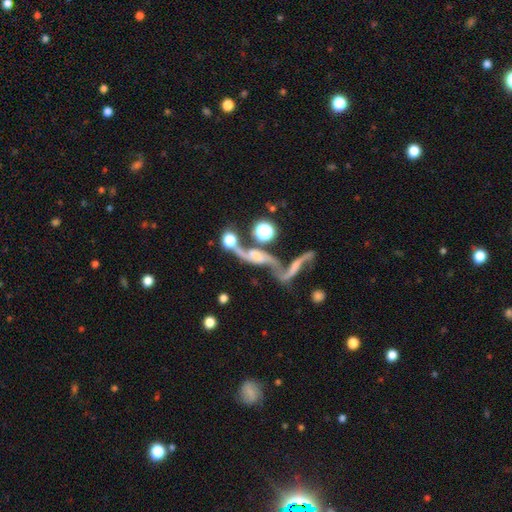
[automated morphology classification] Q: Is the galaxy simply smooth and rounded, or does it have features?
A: featured or disk — 73%.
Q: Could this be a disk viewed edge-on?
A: no — 76%.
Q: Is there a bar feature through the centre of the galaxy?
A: no — 58%.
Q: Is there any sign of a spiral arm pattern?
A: yes — 85%.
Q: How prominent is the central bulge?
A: small — 32%, tied with none.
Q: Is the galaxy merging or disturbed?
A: none — 36%.